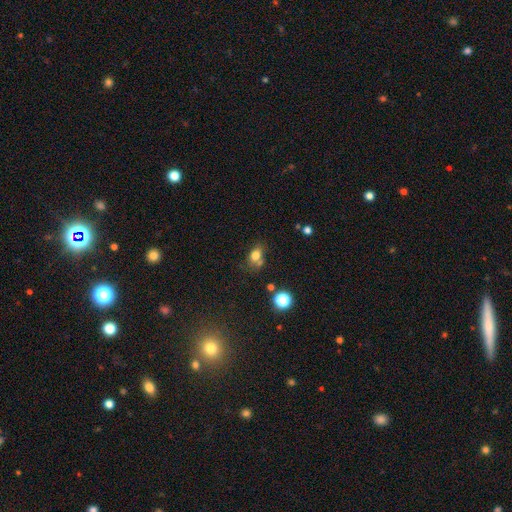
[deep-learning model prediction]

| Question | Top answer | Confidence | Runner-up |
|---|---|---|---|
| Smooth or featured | smooth | 76% | star or artifact (14%) |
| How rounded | in between | 63% | round (35%) |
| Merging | none | 56% | minor disturbance (20%) |